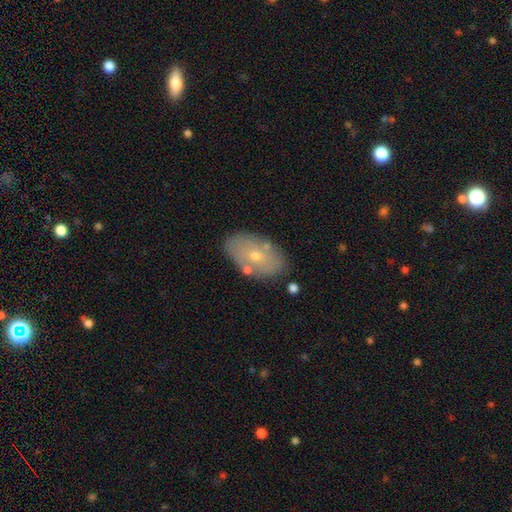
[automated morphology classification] smooth_or_featured: smooth (p=0.53) [alt: featured or disk p=0.39]
how_rounded: in between (p=0.90) [alt: round p=0.08]
merging: none (p=0.78) [alt: minor disturbance p=0.13]